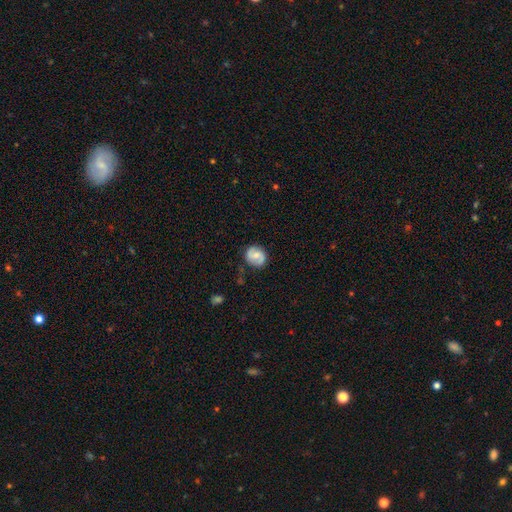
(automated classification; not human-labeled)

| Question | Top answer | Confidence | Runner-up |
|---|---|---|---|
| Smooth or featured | featured or disk | 55% | smooth (38%) |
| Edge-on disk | no | 98% | yes (2%) |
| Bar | weak | 46% | no (40%) |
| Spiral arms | yes | 85% | no (15%) |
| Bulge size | moderate | 49% | small (37%) |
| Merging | none | 76% | minor disturbance (17%) |